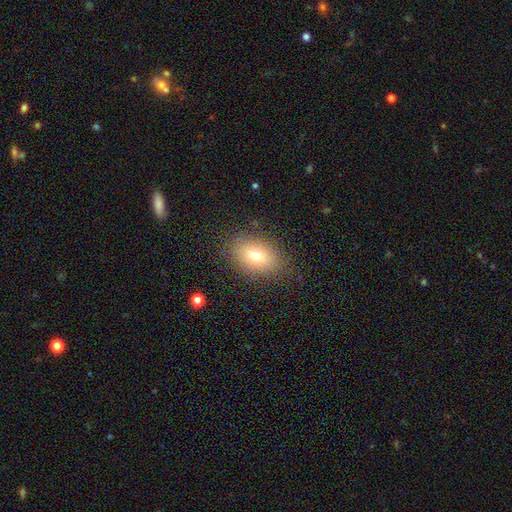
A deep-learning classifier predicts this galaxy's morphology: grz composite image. It shows a smooth galaxy with no disk features (72%) that is in between round and cigar-shaped (79%). Merging: none (84%).